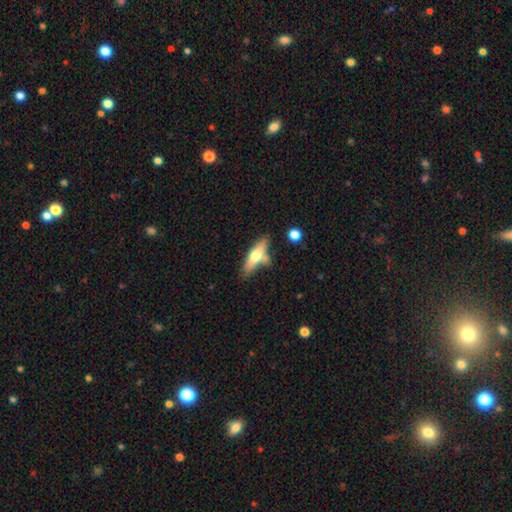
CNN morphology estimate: type=smooth (52%); roundness=cigar-shaped (57%); merging=none (60%).